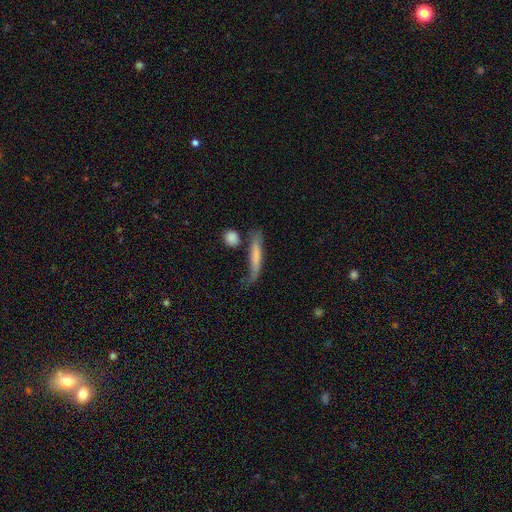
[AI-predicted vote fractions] This is likely a smooth galaxy (62%). How rounded: clearly cigar-shaped (86%). Merging: possibly none (47%).